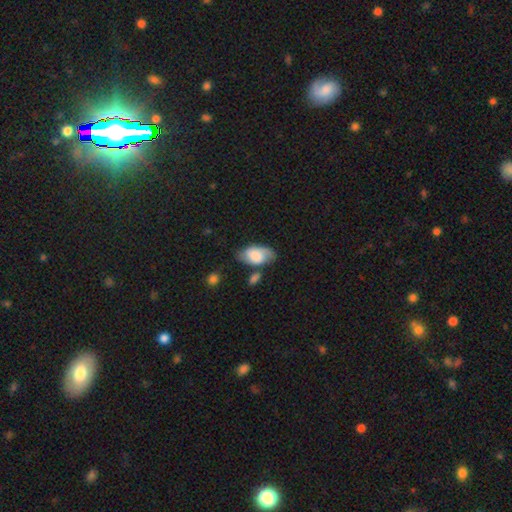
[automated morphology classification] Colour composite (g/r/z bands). It shows a smooth galaxy with no disk features (63%) that is in between round and cigar-shaped (93%). Merging: none (54%).